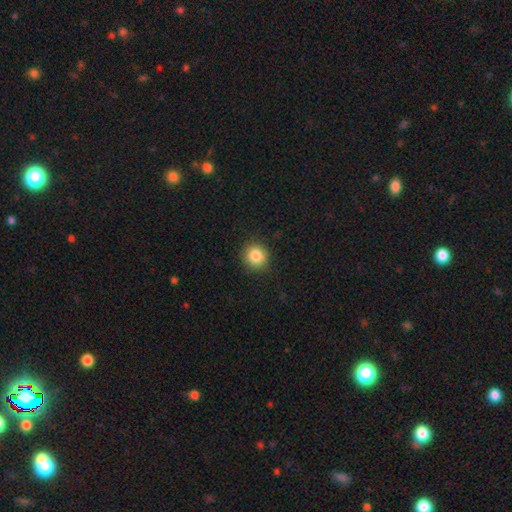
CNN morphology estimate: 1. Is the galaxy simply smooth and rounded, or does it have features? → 85% smooth, 10% star or artifact, 5% featured or disk.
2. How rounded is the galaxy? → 91% round, 8% in between, 1% cigar-shaped.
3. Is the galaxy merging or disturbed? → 90% none, 7% minor disturbance, 2% major disturbance, 1% merger.